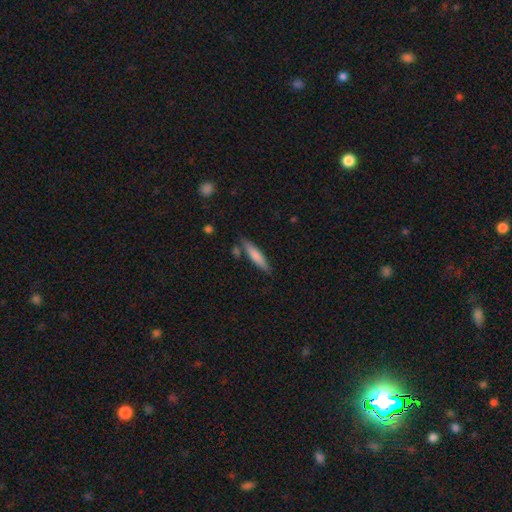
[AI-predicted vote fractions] Smooth or featured? Predicted: smooth (p=0.75). How rounded? Predicted: cigar-shaped (p=0.82). Merging? Predicted: none (p=0.77).